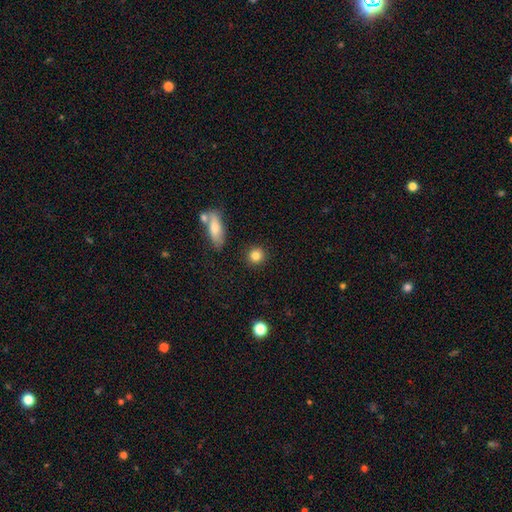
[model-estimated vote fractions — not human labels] A smooth galaxy with no disk features (84%) that is round (89%).

Vote fractions:
- Smooth or featured? smooth: 84% / star or artifact: 9% / featured or disk: 7%
- How rounded? round: 89% / in between: 9% / cigar-shaped: 2%
- Merging? none: 88% / minor disturbance: 6% / merger: 3% / major disturbance: 2%